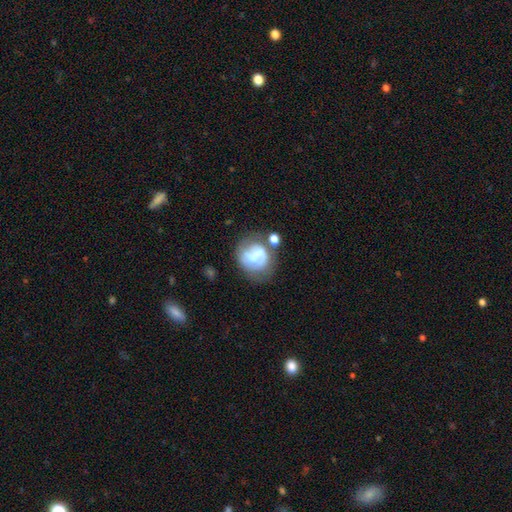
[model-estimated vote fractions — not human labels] This is possibly a smooth galaxy (52%). How rounded: likely round (71%). Merging: marginally none (42%).